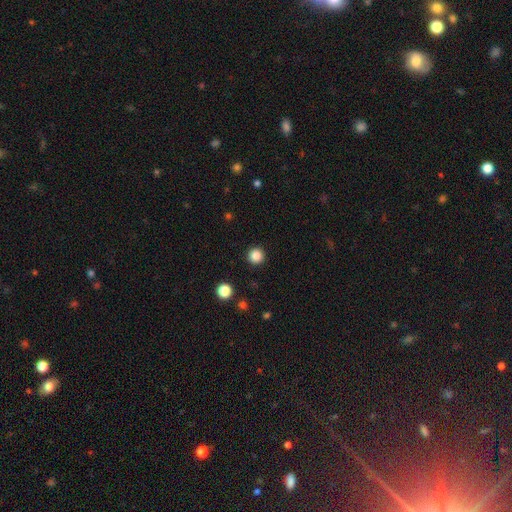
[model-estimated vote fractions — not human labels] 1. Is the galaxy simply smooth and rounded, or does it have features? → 86% smooth, 11% star or artifact, 3% featured or disk.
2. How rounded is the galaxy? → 96% round, 3% in between, 1% cigar-shaped.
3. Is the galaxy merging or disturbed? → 93% none, 4% minor disturbance, 2% major disturbance, 1% merger.